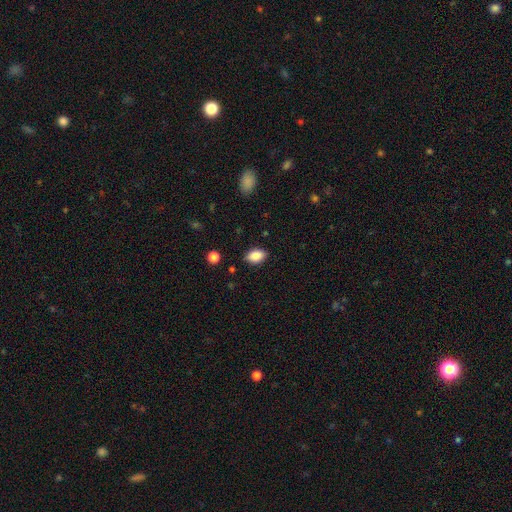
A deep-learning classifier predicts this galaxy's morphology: A smooth galaxy with no disk features (87%) that is in between round and cigar-shaped (88%).

Vote fractions:
- Smooth or featured? smooth: 87% / star or artifact: 8% / featured or disk: 5%
- How rounded? in between: 88% / round: 10% / cigar-shaped: 2%
- Merging? none: 85% / minor disturbance: 12% / major disturbance: 3% / merger: 1%